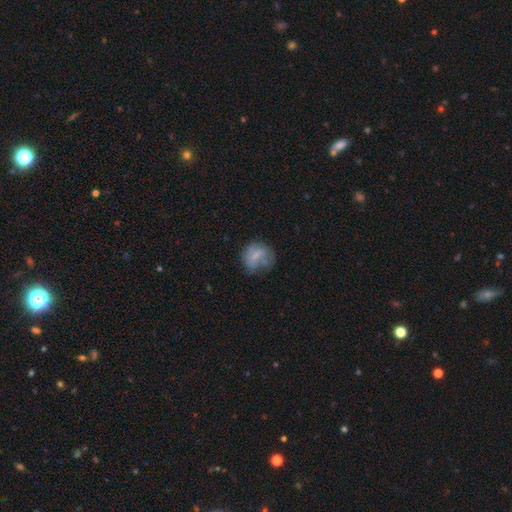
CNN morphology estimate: Smooth or featured? smooth (61%)
How rounded? round (73%)
Merging? none (51%)